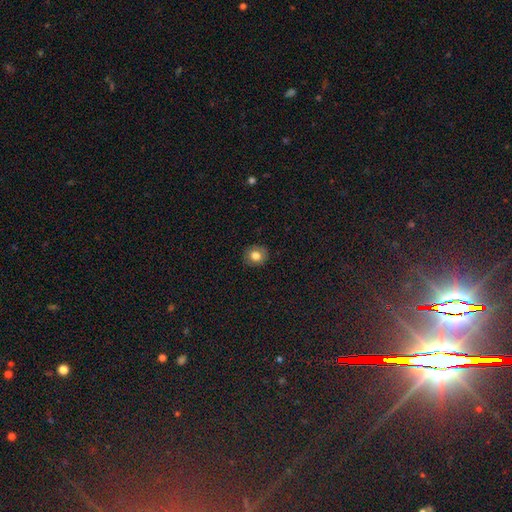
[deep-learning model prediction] A smooth galaxy with no disk features (79%) that is round (81%). Merging: none (89%).